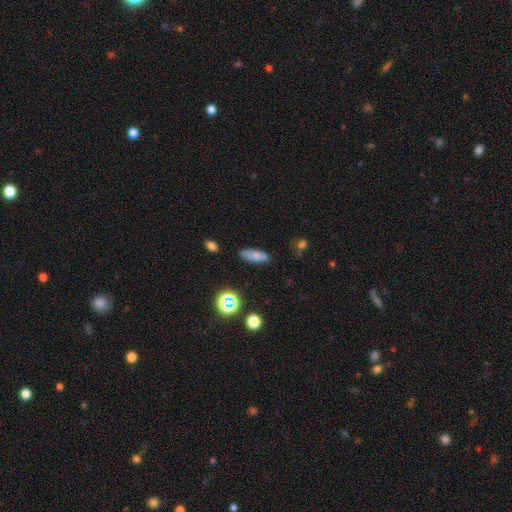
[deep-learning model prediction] Q: Smooth or featured?
A: smooth (73%); runner-up: featured or disk (15%)
Q: How rounded?
A: in between (64%); runner-up: cigar-shaped (32%)
Q: Merging?
A: none (80%); runner-up: minor disturbance (14%)